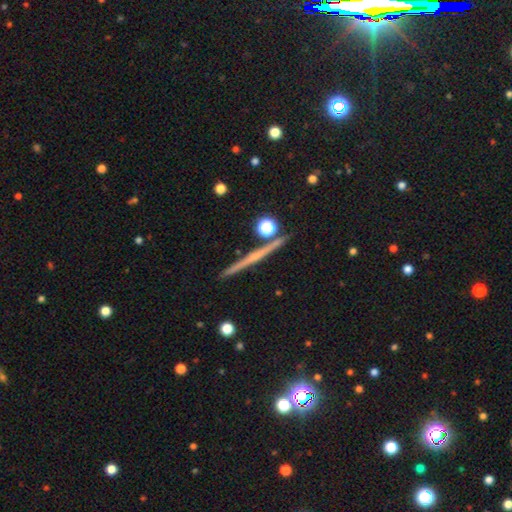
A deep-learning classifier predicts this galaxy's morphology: Smooth or featured? Predicted: featured or disk (p=0.65). Edge-on disk? Predicted: yes (p=0.98). Edge-on bulge? Predicted: none (p=0.66). Merging? Predicted: none (p=0.90).